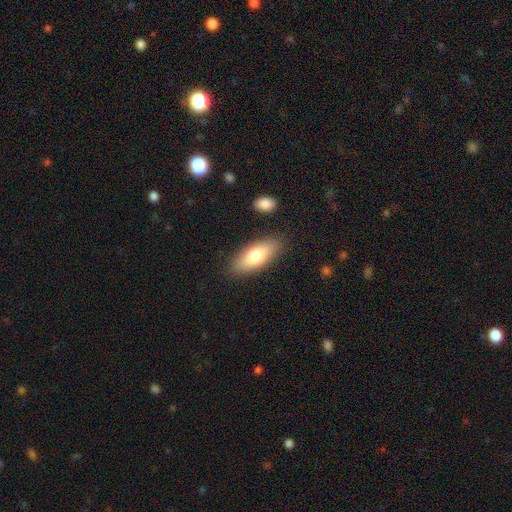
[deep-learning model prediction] A smooth galaxy with no disk features (77%) that is in between round and cigar-shaped (76%).

Vote fractions:
- Smooth or featured? smooth: 77% / featured or disk: 17% / star or artifact: 6%
- How rounded? in between: 76% / cigar-shaped: 21% / round: 2%
- Merging? none: 85% / minor disturbance: 10% / major disturbance: 3% / merger: 2%